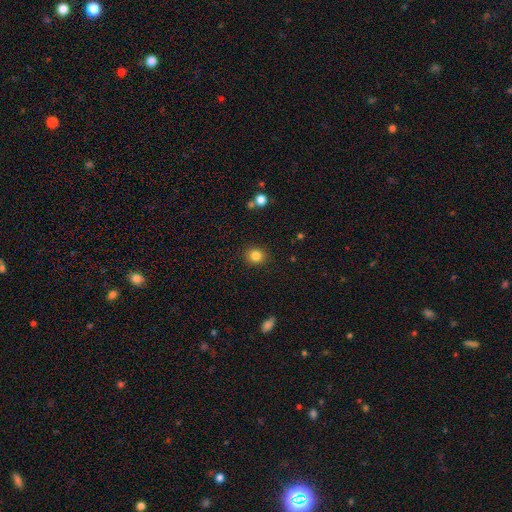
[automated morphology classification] This appears to be a smooth galaxy with no disk features (85%) that is round (78%). Merging: none (89%).